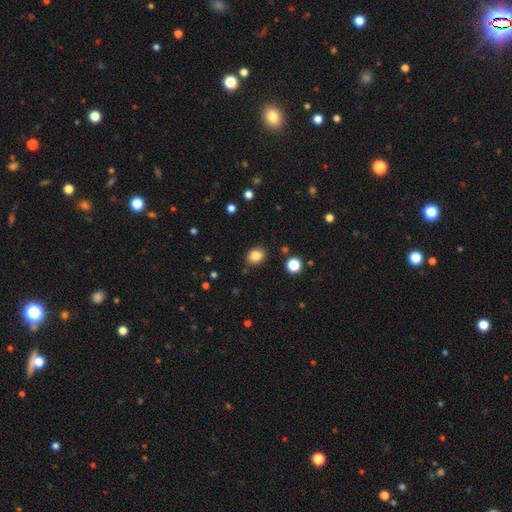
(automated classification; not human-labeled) A smooth galaxy with no disk features (84%) that is round (50%). Merging: none (83%).